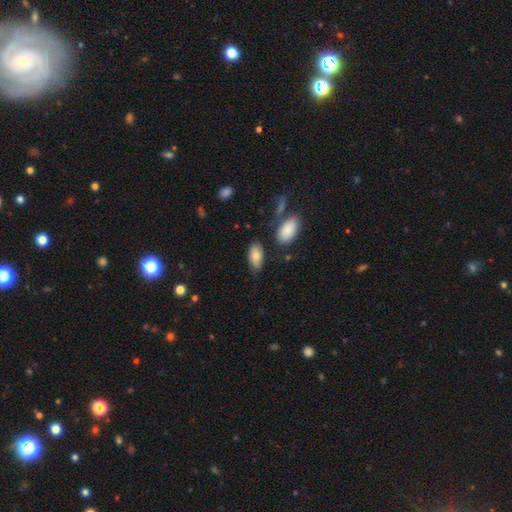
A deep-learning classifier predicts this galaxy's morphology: type=smooth (83%); roundness=in between (92%); merging=none (71%).